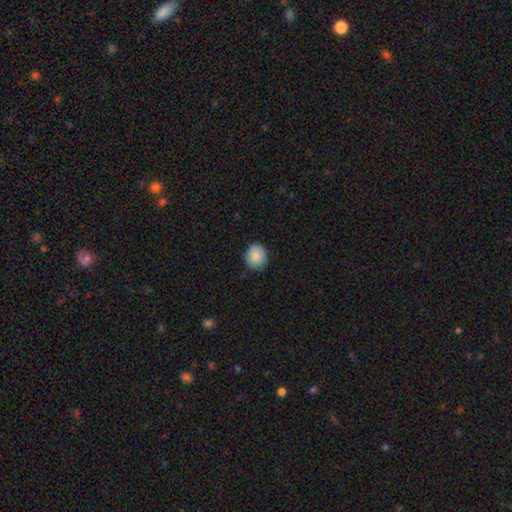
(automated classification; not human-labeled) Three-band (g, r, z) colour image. It shows a smooth galaxy with no disk features (88%) that is round (79%). Merging: none (86%).